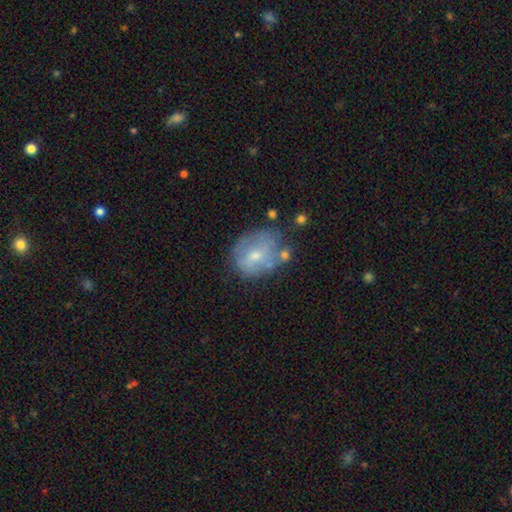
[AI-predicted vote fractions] This appears to be a featured or disk galaxy (50%). Merging: none (53%).